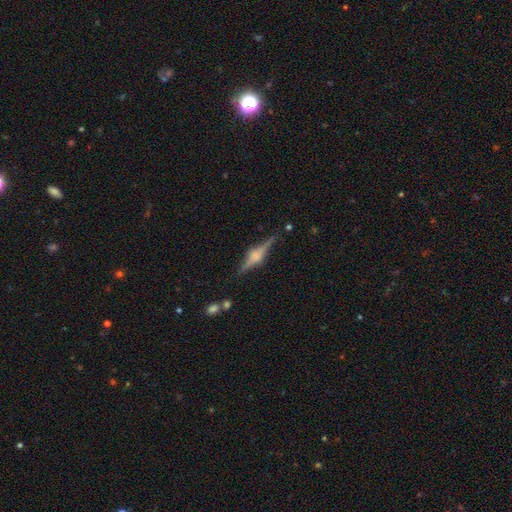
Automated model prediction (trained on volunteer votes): Q: Smooth or featured?
A: featured or disk (79%); runner-up: smooth (14%)
Q: Edge-on disk?
A: yes (97%); runner-up: no (3%)
Q: Edge-on bulge?
A: rounded (84%); runner-up: boxy (13%)
Q: Merging?
A: none (83%); runner-up: minor disturbance (11%)